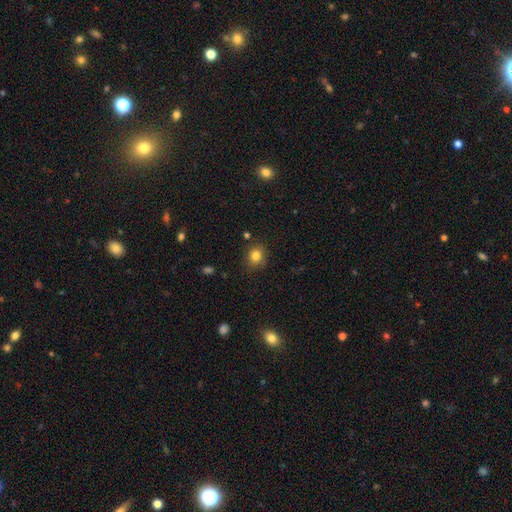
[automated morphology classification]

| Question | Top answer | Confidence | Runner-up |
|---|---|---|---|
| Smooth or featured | smooth | 82% | star or artifact (12%) |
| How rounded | round | 75% | in between (24%) |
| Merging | none | 85% | minor disturbance (11%) |